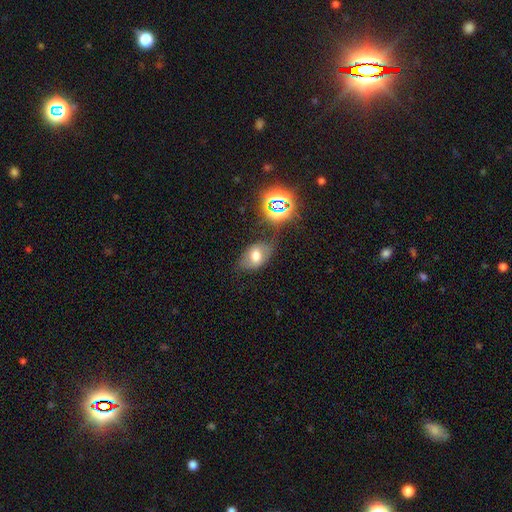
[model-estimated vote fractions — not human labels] smooth 59%, featured or disk 23%, star or artifact 18%. Down the decision tree: how rounded — in between (83%); merging — none (64%).